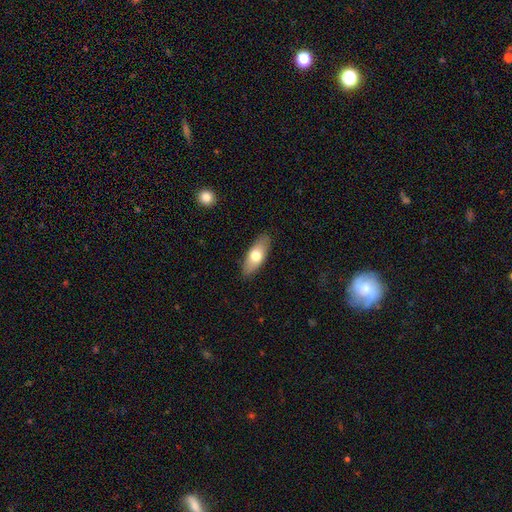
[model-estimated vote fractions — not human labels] smooth_or_featured: smooth (p=0.69) [alt: featured or disk p=0.25]
how_rounded: in between (p=0.79) [alt: cigar-shaped p=0.18]
merging: none (p=0.87) [alt: minor disturbance p=0.09]